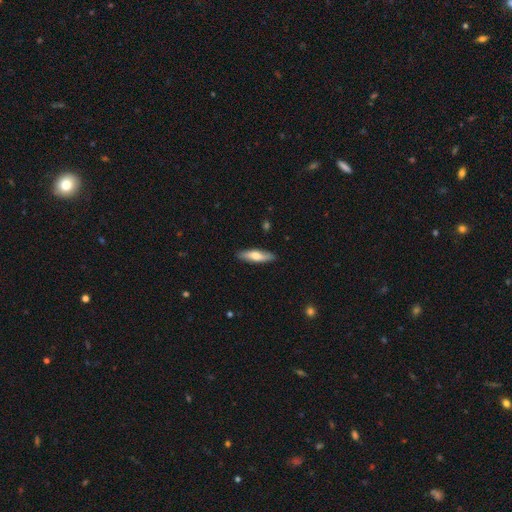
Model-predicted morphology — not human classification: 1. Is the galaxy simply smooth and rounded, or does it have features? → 64% smooth, 31% featured or disk, 5% star or artifact.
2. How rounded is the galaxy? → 67% cigar-shaped, 31% in between, 2% round.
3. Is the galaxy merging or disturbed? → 88% none, 9% minor disturbance, 2% major disturbance, 1% merger.